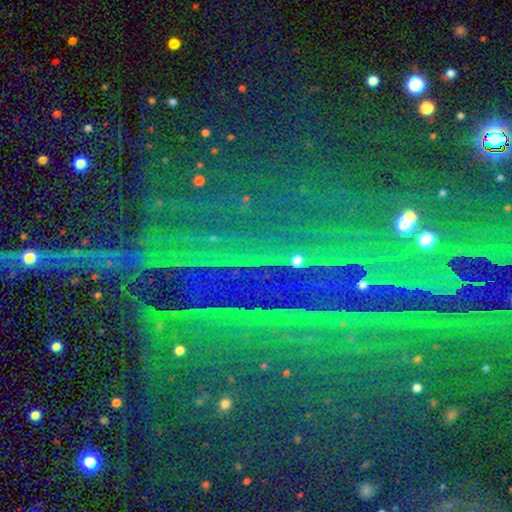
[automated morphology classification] Smooth or featured: star or artifact — 87% (featured or disk — 7%)